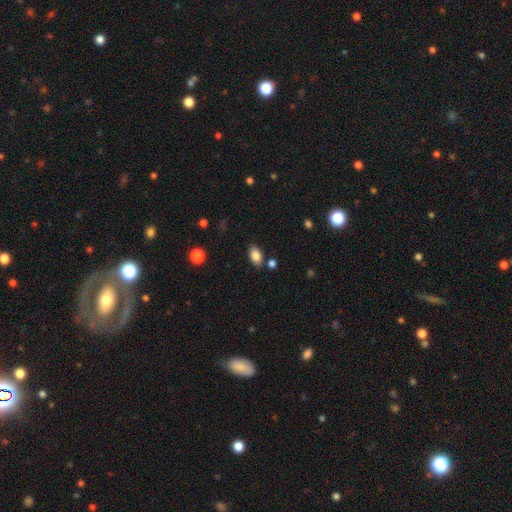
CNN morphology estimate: Smooth or featured? Predicted: smooth (p=0.84). How rounded? Predicted: in between (p=0.89). Merging? Predicted: none (p=0.81).